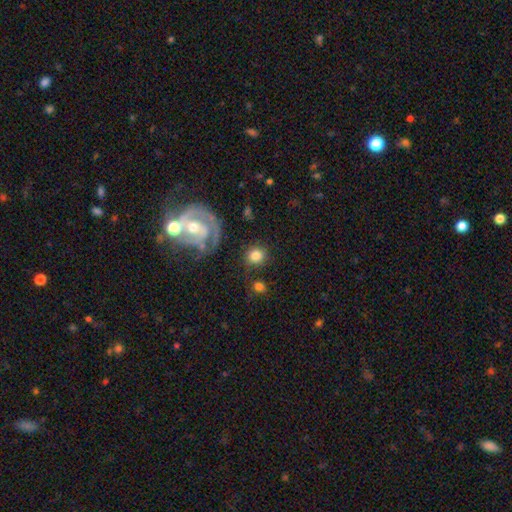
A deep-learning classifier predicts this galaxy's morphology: A smooth galaxy with no disk features (74%) that is round (84%).

Vote fractions:
- Smooth or featured? smooth: 74% / featured or disk: 17% / star or artifact: 8%
- How rounded? round: 84% / in between: 15% / cigar-shaped: 1%
- Merging? none: 78% / minor disturbance: 11% / major disturbance: 6% / merger: 5%